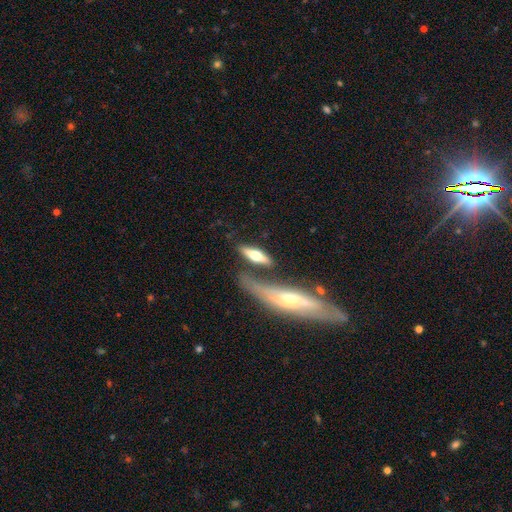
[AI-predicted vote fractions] Morphology: type=smooth (53%); roundness=in between (49%); merging=none (61%).